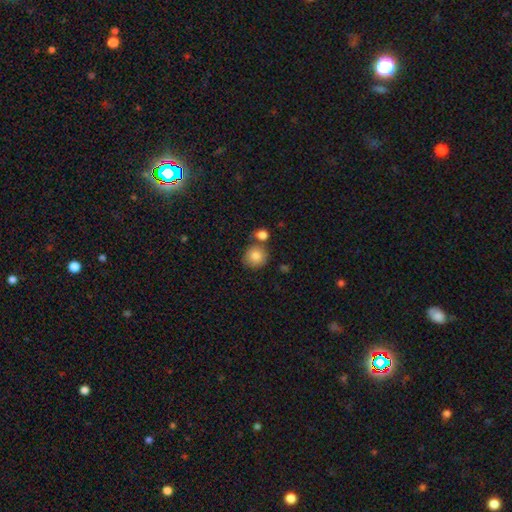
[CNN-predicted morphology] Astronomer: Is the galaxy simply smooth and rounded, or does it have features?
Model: smooth — 84%.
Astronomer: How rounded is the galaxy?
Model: round — 90%.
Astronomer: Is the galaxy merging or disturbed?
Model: none — 68%.